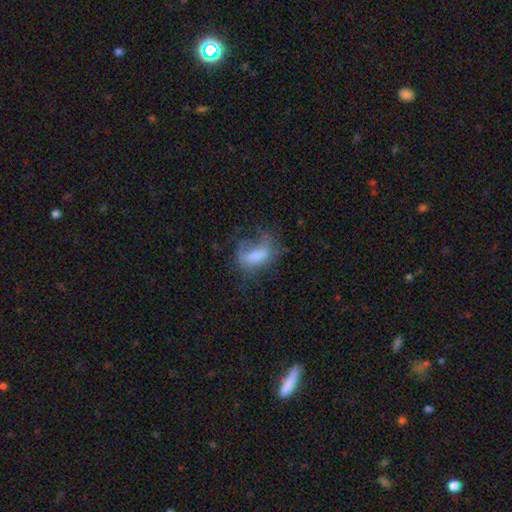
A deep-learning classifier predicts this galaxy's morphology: smooth_or_featured: smooth (p=0.55) [alt: featured or disk p=0.32]
how_rounded: in between (p=0.82) [alt: round p=0.11]
merging: major disturbance (p=0.40) [alt: none p=0.33]